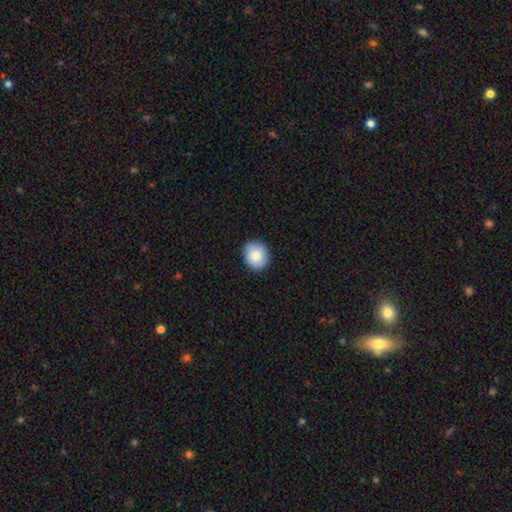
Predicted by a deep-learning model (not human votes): Q: Smooth or featured?
A: smooth (85%); runner-up: featured or disk (8%)
Q: How rounded?
A: round (69%); runner-up: in between (30%)
Q: Merging?
A: none (88%); runner-up: minor disturbance (9%)